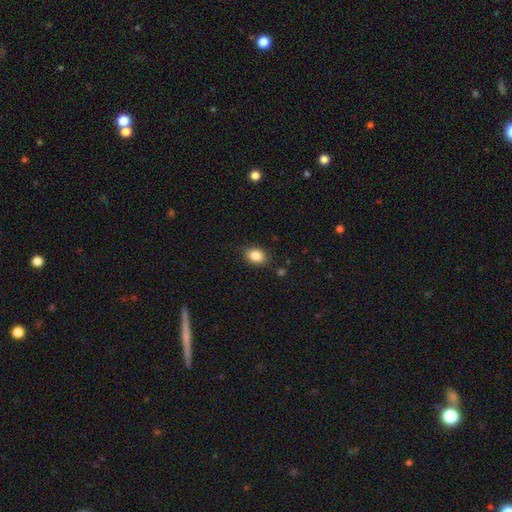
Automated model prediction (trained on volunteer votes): smooth_or_featured: smooth (p=0.86) [alt: star or artifact p=0.09]
how_rounded: in between (p=0.72) [alt: round p=0.27]
merging: none (p=0.86) [alt: minor disturbance p=0.10]